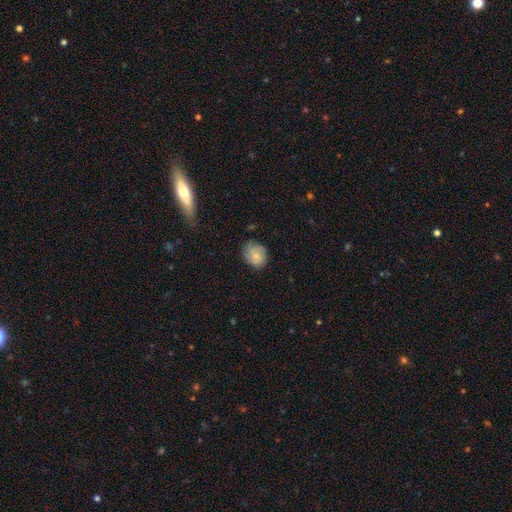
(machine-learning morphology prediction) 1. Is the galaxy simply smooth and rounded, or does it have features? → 63% smooth, 29% featured or disk, 8% star or artifact.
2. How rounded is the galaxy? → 60% round, 39% in between, 1% cigar-shaped.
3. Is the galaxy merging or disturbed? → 65% none, 26% minor disturbance, 7% major disturbance, 2% merger.